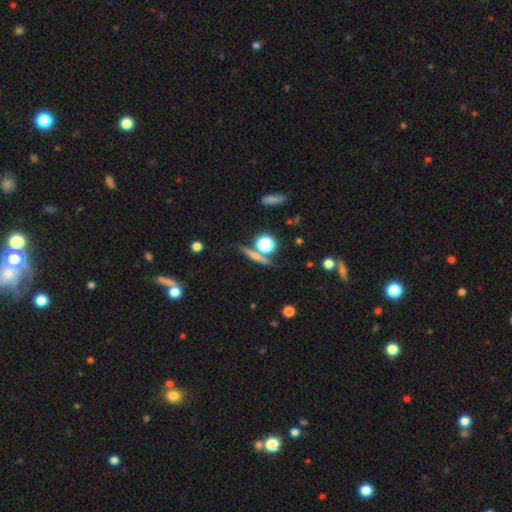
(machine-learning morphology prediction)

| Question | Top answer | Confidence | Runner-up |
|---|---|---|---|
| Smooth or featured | smooth | 45% | featured or disk (37%) |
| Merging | none | 77% | merger (11%) |